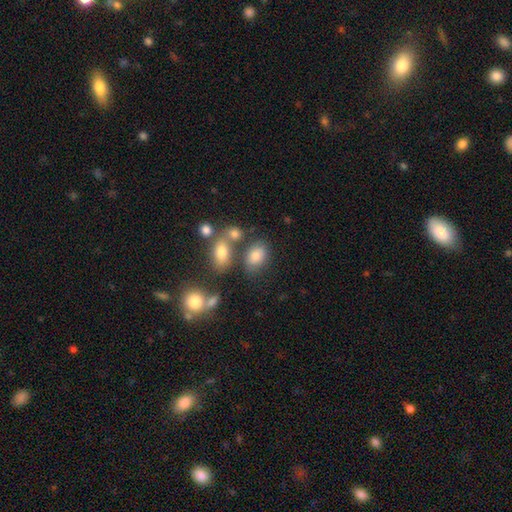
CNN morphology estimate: A smooth galaxy with no disk features (77%) that is in between round and cigar-shaped (80%).

Vote fractions:
- Smooth or featured? smooth: 77% / star or artifact: 12% / featured or disk: 11%
- How rounded? in between: 80% / round: 18% / cigar-shaped: 2%
- Merging? none: 60% / merger: 20% / minor disturbance: 14% / major disturbance: 6%